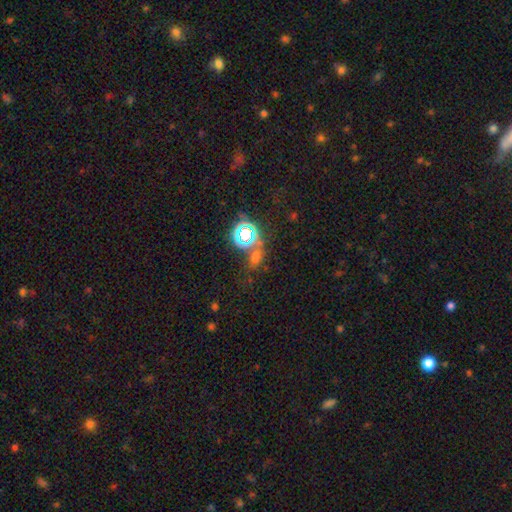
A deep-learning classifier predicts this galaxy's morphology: smooth-or-featured: star or artifact: 57% | smooth: 33% | featured or disk: 10%